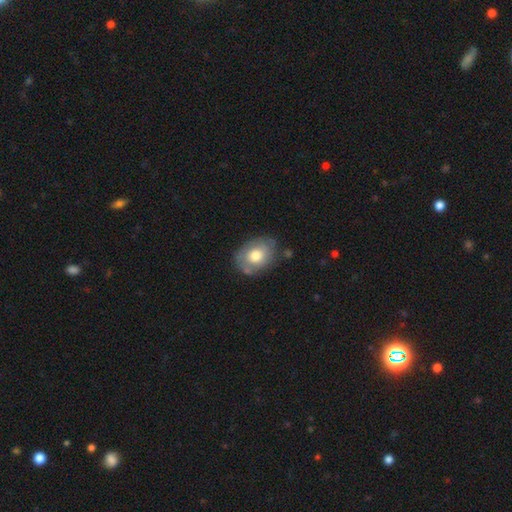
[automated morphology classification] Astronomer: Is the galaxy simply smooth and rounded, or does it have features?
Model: smooth — 69%.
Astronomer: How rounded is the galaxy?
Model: in between — 65%.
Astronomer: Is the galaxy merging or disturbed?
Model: none — 71%.